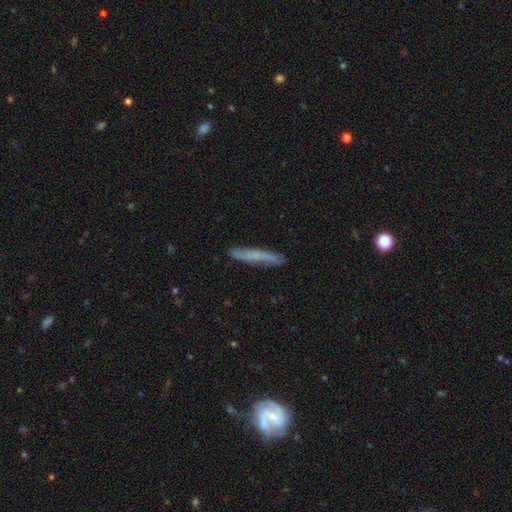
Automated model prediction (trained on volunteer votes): Smooth or featured: smooth — 53% (featured or disk — 39%)
How rounded: cigar-shaped — 94% (in between — 4%)
Merging: none — 84% (minor disturbance — 12%)